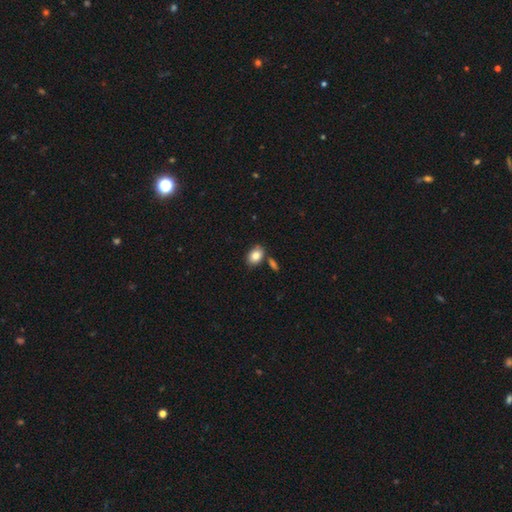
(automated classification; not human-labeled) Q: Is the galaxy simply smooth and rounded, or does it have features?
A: smooth — 83%.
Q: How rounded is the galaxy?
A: in between — 80%.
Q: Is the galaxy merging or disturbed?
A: none — 74%.